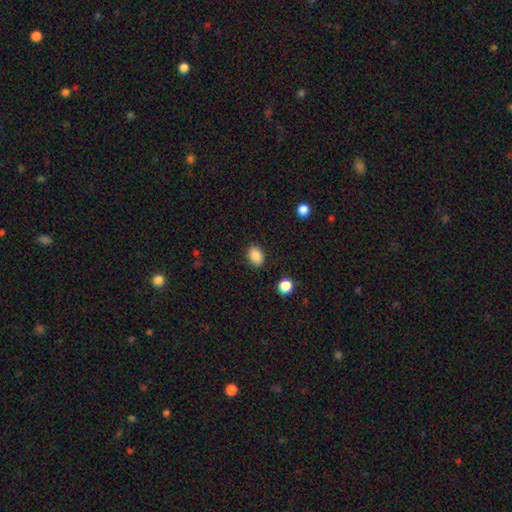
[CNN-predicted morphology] type=smooth (88%); roundness=in between (74%); merging=none (87%).